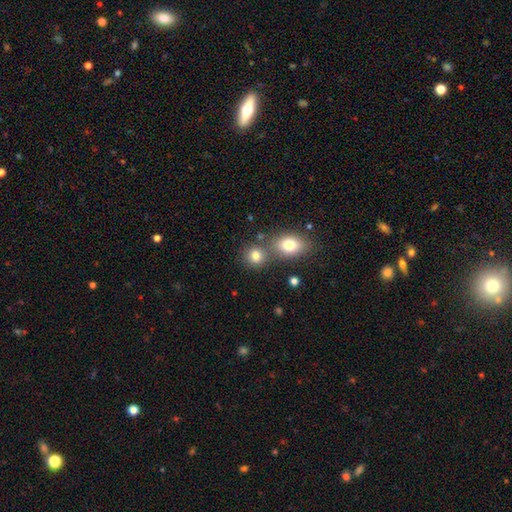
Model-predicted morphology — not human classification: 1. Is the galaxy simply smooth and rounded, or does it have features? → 81% smooth, 12% star or artifact, 8% featured or disk.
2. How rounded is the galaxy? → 75% round, 24% in between, 1% cigar-shaped.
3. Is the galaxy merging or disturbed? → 60% none, 28% merger, 9% minor disturbance, 4% major disturbance.